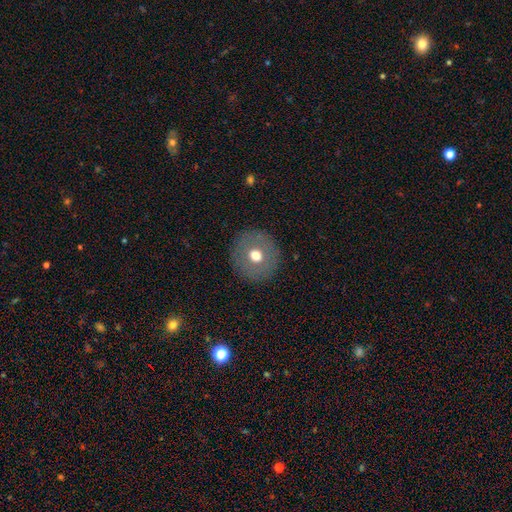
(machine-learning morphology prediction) Smooth or featured?
  - smooth: 64% *
  - featured or disk: 27%
  - star or artifact: 10%
How rounded?
  - round: 93% *
  - in between: 6%
  - cigar-shaped: 1%
Merging?
  - none: 89% *
  - minor disturbance: 6%
  - major disturbance: 3%
  - merger: 1%